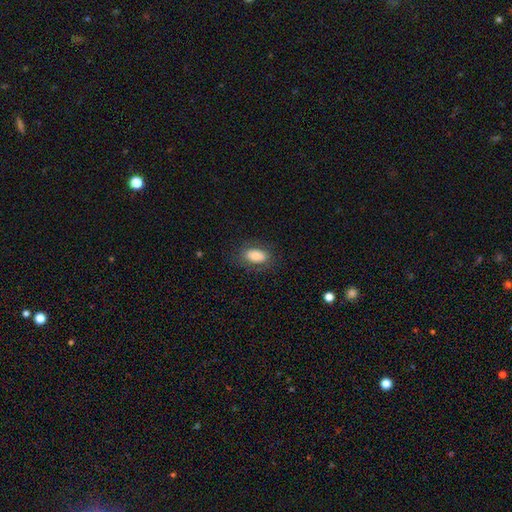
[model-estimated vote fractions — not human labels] Smooth or featured: smooth — 79% (featured or disk — 13%)
How rounded: in between — 90% (round — 7%)
Merging: none — 78% (minor disturbance — 14%)